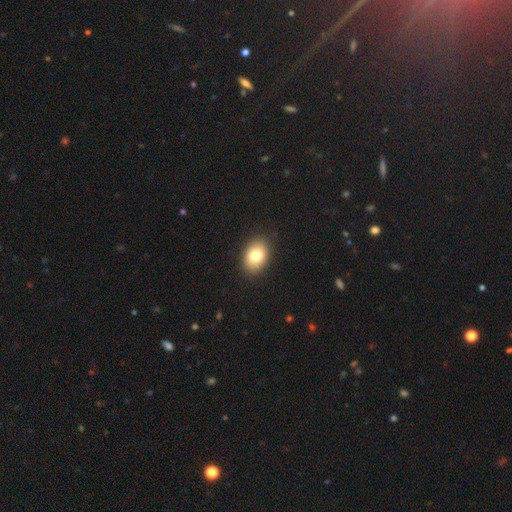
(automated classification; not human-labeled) This is likely a smooth galaxy (79%). How rounded: likely in between (76%). Merging: clearly none (89%).